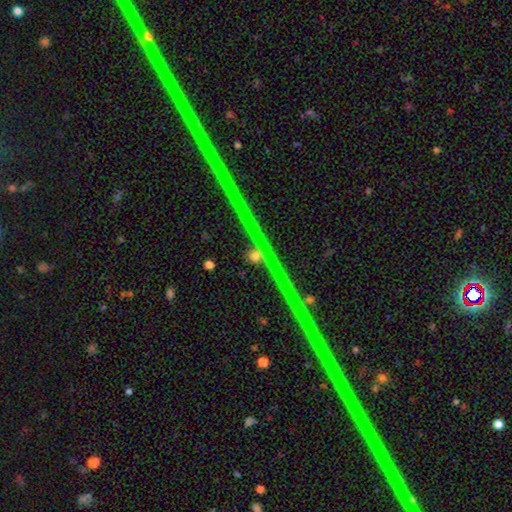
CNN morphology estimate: The model was most divided on "smooth or featured": star or artifact: 64%, smooth: 21%, featured or disk: 16%.